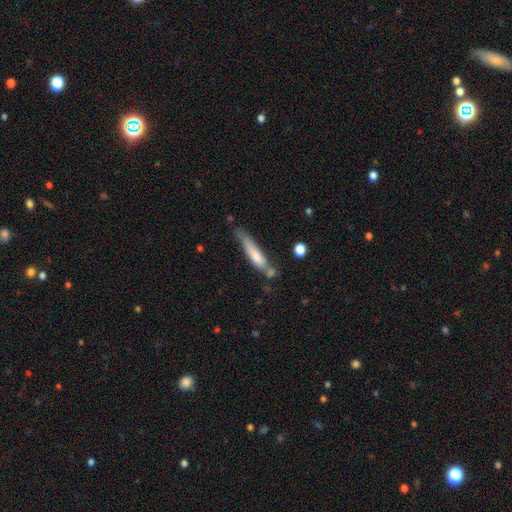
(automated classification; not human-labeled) smooth_or_featured: smooth (p=0.60) [alt: featured or disk p=0.33]
how_rounded: cigar-shaped (p=0.87) [alt: in between p=0.12]
merging: none (p=0.49) [alt: minor disturbance p=0.28]